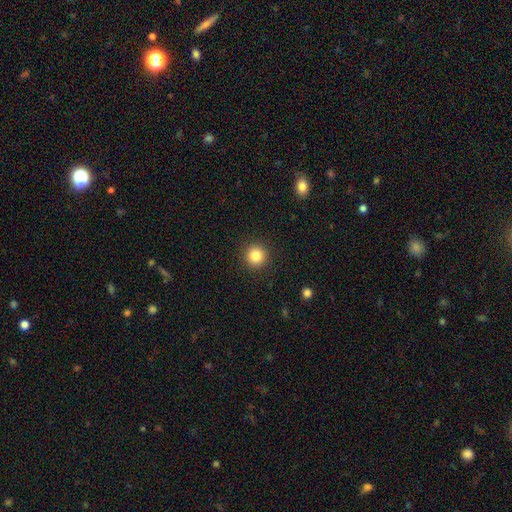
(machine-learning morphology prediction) smooth-or-featured: smooth: 84% | star or artifact: 11% | featured or disk: 5%
  how-rounded: round: 95% | in between: 4% | cigar-shaped: 1%
  merging: none: 92% | minor disturbance: 5% | major disturbance: 2% | merger: 1%